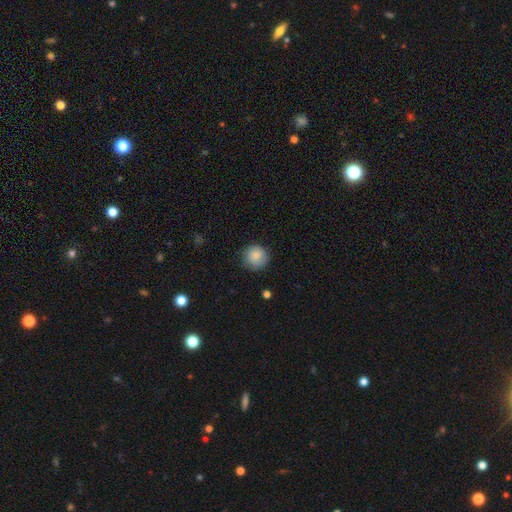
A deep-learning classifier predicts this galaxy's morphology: smooth-or-featured: smooth: 86% | star or artifact: 8% | featured or disk: 6%
  how-rounded: round: 92% | in between: 7% | cigar-shaped: 1%
  merging: none: 82% | minor disturbance: 14% | major disturbance: 3% | merger: 1%